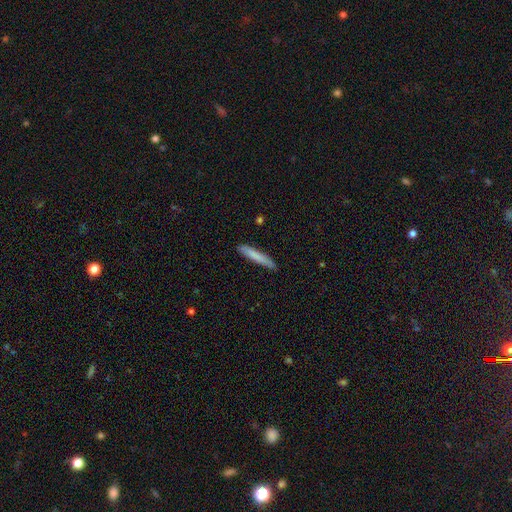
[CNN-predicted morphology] This appears to be a smooth galaxy with no disk features (77%) that is cigar-shaped (94%). Merging: none (85%).